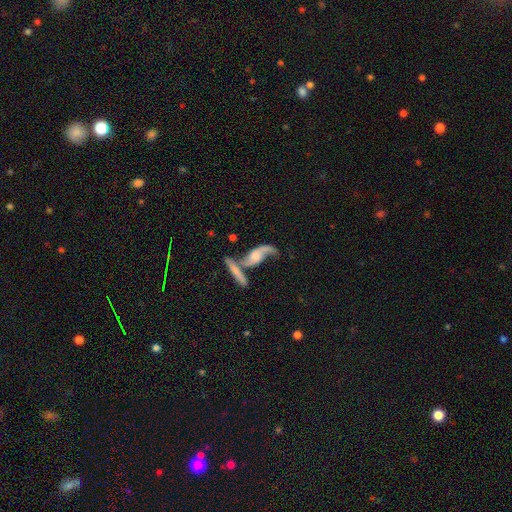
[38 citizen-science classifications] Volunteers were most divided on "merging": none: 44%, merger: 36%, minor disturbance: 11%, major disturbance: 8%. Remaining: spiral arms — yes (96%); spiral arm count — 2 (96%); spiral winding — loose (92%); edge-on disk — no (84%); smooth or featured — featured or disk (84%); bar — no (70%); bulge size — moderate (41%).